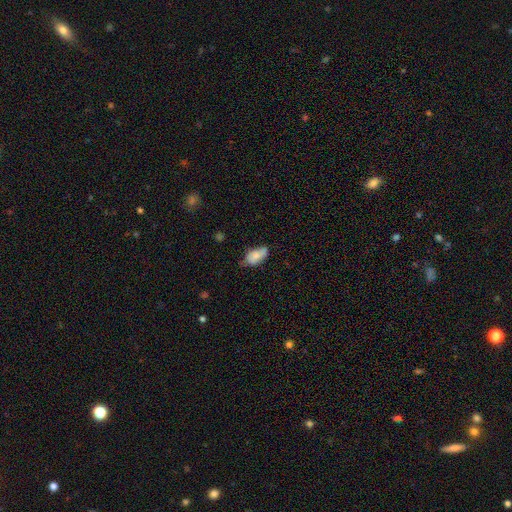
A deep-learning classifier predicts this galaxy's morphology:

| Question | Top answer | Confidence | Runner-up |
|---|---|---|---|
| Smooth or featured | smooth | 77% | featured or disk (15%) |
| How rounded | in between | 92% | round (4%) |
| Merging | none | 50% | minor disturbance (38%) |